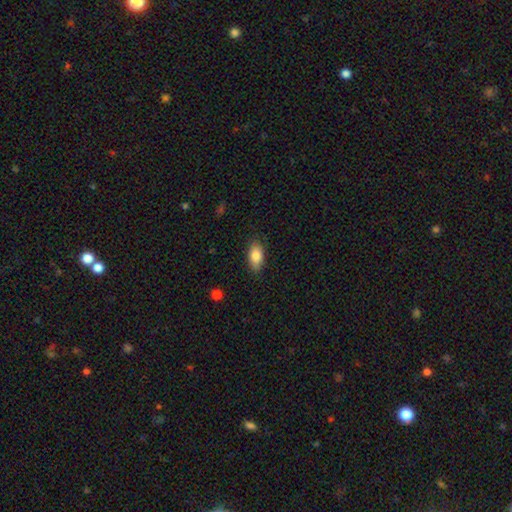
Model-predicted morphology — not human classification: Smooth or featured: smooth — 85% (featured or disk — 8%)
How rounded: in between — 91% (cigar-shaped — 5%)
Merging: none — 84% (minor disturbance — 12%)